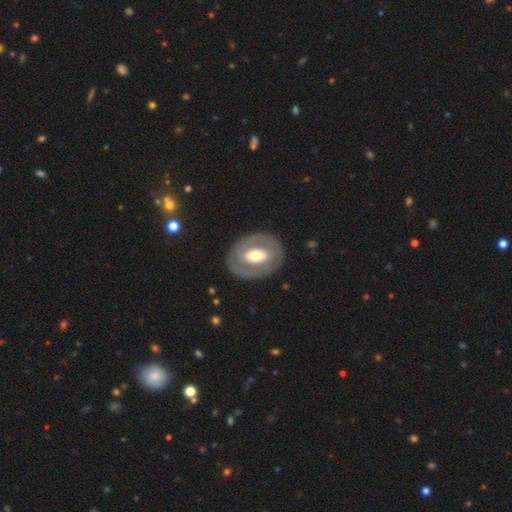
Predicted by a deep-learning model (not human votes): Q: Smooth or featured?
A: featured or disk (65%); runner-up: smooth (31%)
Q: Edge-on disk?
A: no (94%); runner-up: yes (6%)
Q: Bar?
A: no (39%); runner-up: strong (32%)
Q: Spiral arms?
A: no (70%); runner-up: yes (30%)
Q: Bulge size?
A: moderate (63%); runner-up: large (18%)
Q: Merging?
A: none (81%); runner-up: minor disturbance (11%)